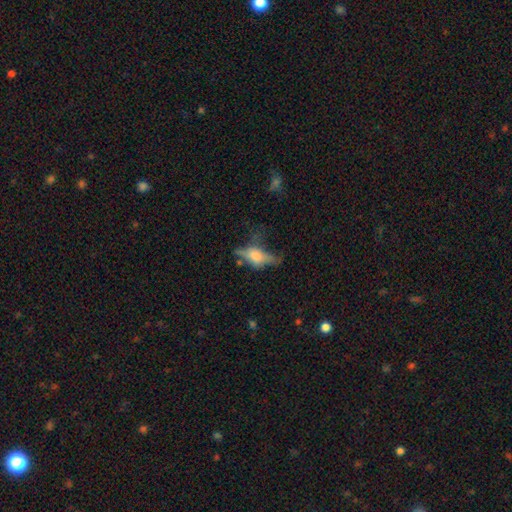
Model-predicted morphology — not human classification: featured or disk 48%, smooth 41%, star or artifact 11%. Down the decision tree: merging — none (42%).